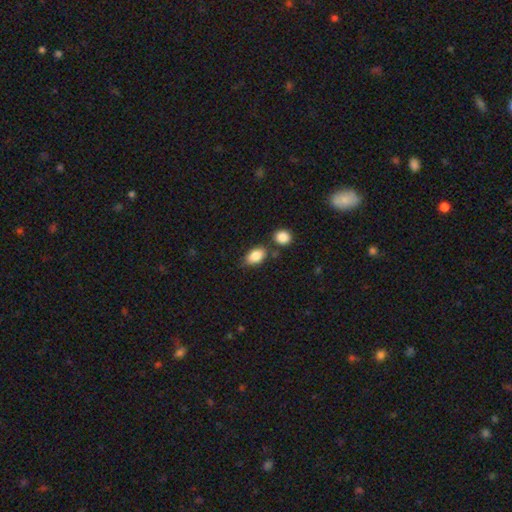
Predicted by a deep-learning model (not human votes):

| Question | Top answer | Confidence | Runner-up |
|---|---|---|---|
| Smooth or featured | smooth | 85% | featured or disk (8%) |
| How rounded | in between | 88% | round (10%) |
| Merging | none | 68% | minor disturbance (16%) |